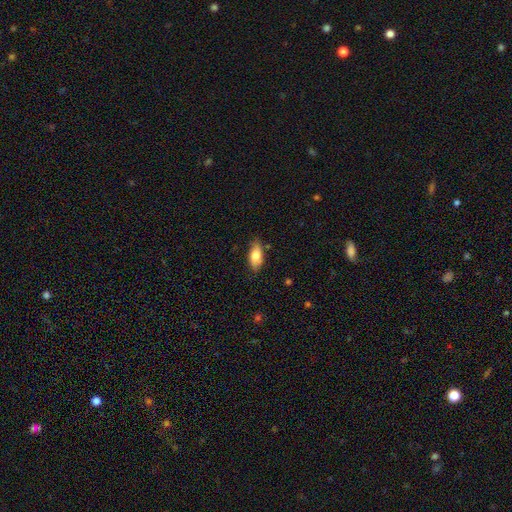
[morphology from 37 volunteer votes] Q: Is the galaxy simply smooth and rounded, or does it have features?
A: smooth — 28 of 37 (76%).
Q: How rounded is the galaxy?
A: in between — 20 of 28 (71%).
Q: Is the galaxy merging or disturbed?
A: none — 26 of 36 (72%).